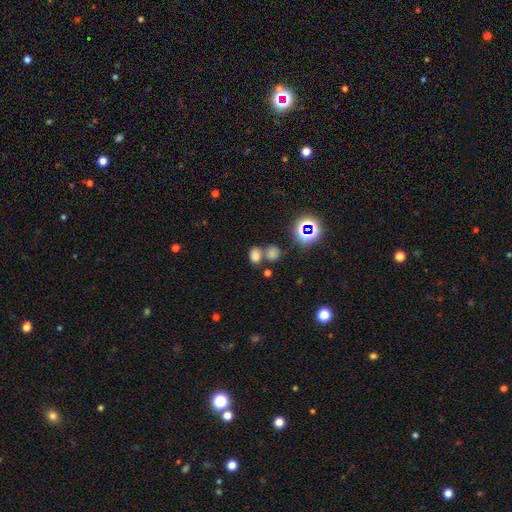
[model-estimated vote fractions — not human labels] Smooth or featured? smooth (72%)
How rounded? in between (62%)
Merging? none (48%)